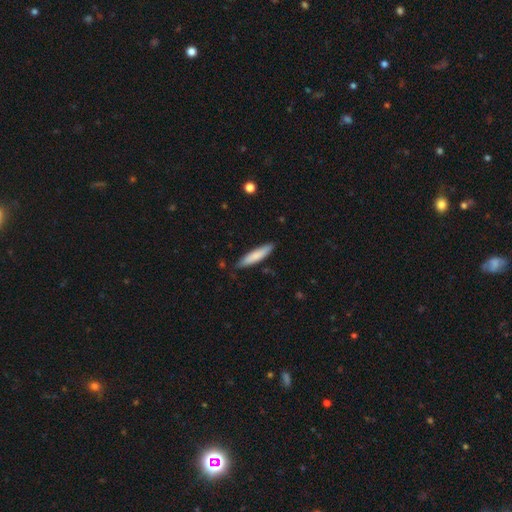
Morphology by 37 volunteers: type=smooth (78%); roundness=cigar-shaped (79%); merging=none (83%).